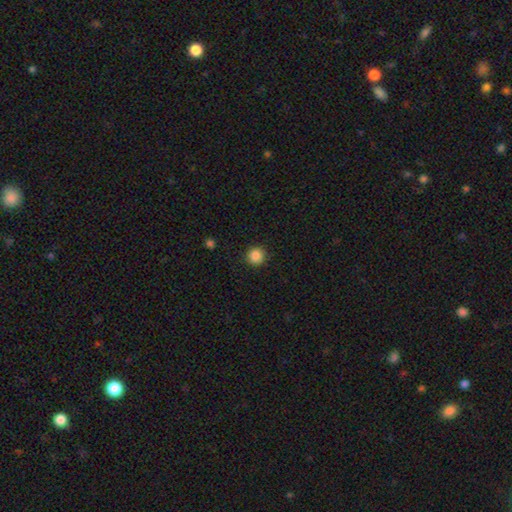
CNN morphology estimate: Smooth or featured?
  - smooth: 86% *
  - star or artifact: 10%
  - featured or disk: 3%
How rounded?
  - round: 94% *
  - in between: 6%
  - cigar-shaped: 1%
Merging?
  - none: 91% *
  - minor disturbance: 6%
  - major disturbance: 2%
  - merger: 1%